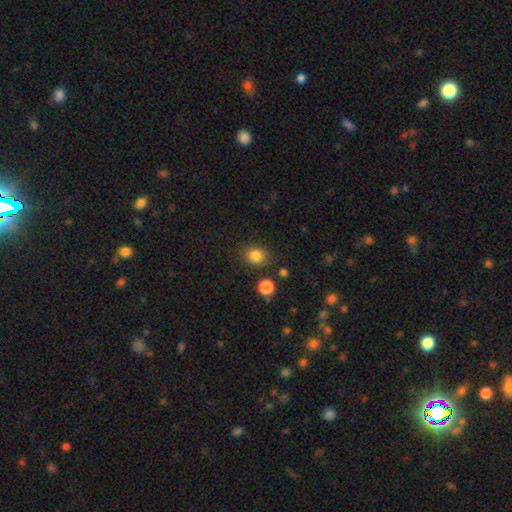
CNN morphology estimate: smooth 84%, star or artifact 11%, featured or disk 5%. Down the decision tree: how rounded — round (73%); merging — none (82%).